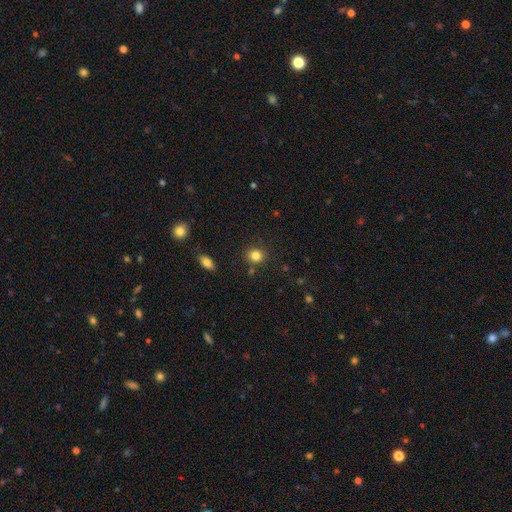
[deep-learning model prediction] A smooth galaxy with no disk features (83%) that is round (80%). Merging: none (84%).